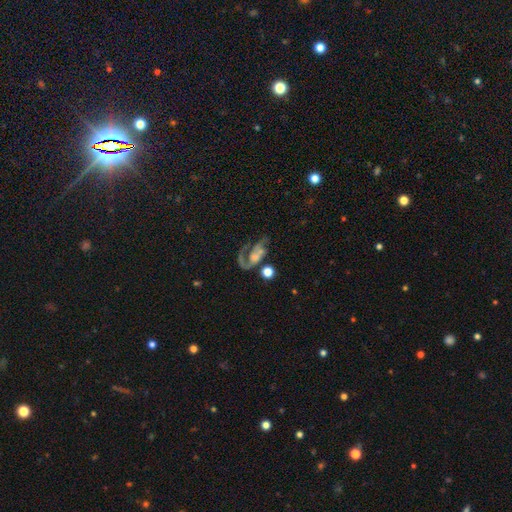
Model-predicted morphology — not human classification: Smooth or featured: featured or disk — 68% (smooth — 21%)
Edge-on disk: no — 96% (yes — 4%)
Bar: no — 70% (weak — 23%)
Spiral arms: yes — 77% (no — 23%)
Spiral winding: medium — 40% (loose — 38%)
Spiral arm count: 1 — 55% (2 — 30%)
Bulge size: none — 30% (tied with small — 30%)
Merging: major disturbance — 38% (none — 28%)